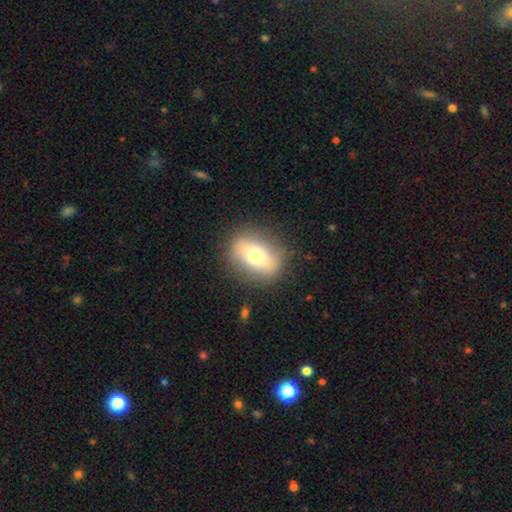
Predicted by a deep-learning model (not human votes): Morphology: type=smooth (64%); roundness=in between (60%); merging=none (85%).